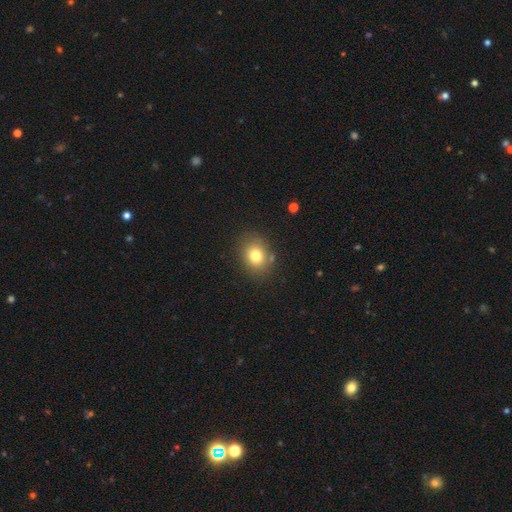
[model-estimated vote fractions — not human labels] smooth_or_featured: smooth (p=0.77) [alt: star or artifact p=0.12]
how_rounded: round (p=0.52) [alt: in between p=0.47]
merging: none (p=0.80) [alt: minor disturbance p=0.12]